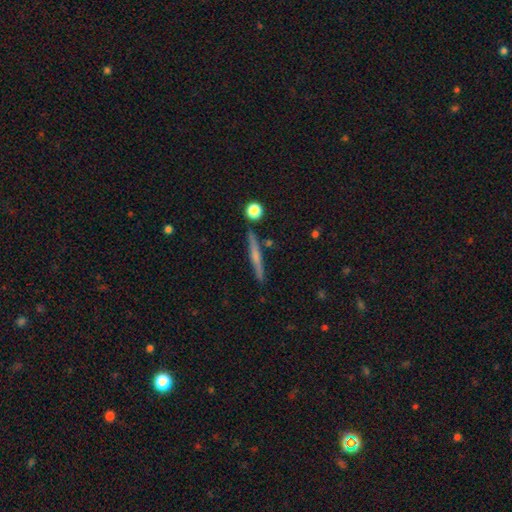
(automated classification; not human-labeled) Smooth or featured: featured or disk — 52% (smooth — 41%)
Edge-on disk: yes — 97% (no — 3%)
Edge-on bulge: none — 47% (rounded — 45%)
Merging: none — 87% (minor disturbance — 8%)